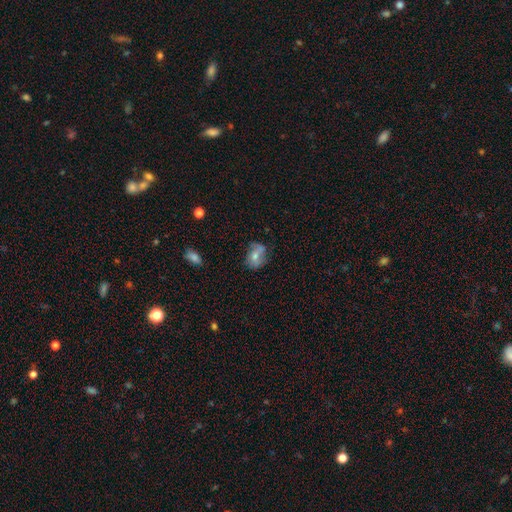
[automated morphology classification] type=featured or disk (46%); merging=none (56%).